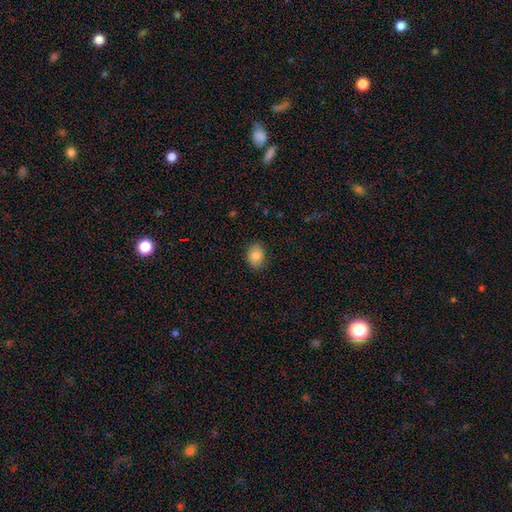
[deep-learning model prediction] smooth_or_featured: smooth (p=0.84) [alt: star or artifact p=0.08]
how_rounded: in between (p=0.67) [alt: round p=0.32]
merging: none (p=0.86) [alt: minor disturbance p=0.10]